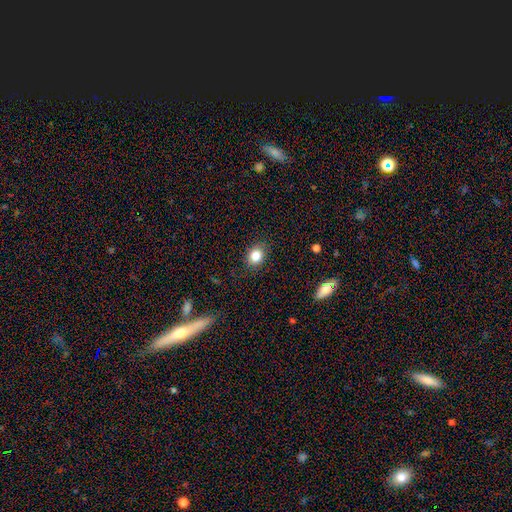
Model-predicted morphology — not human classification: smooth 84%, star or artifact 10%, featured or disk 6%. Down the decision tree: how rounded — round (52%); merging — none (85%).